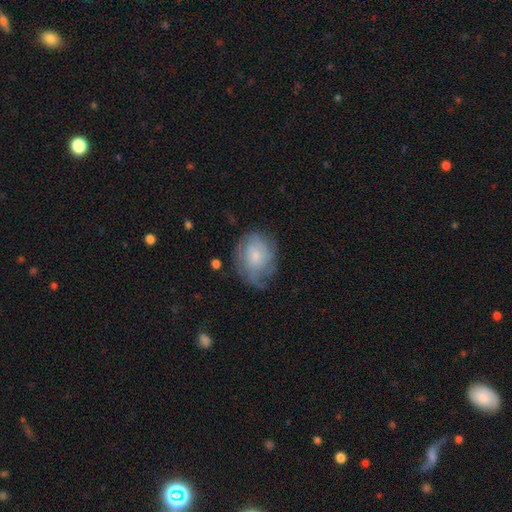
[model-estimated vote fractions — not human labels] Smooth or featured?
  - featured or disk: 48% *
  - smooth: 43%
  - star or artifact: 8%
Merging?
  - none: 57% *
  - minor disturbance: 27%
  - major disturbance: 14%
  - merger: 2%